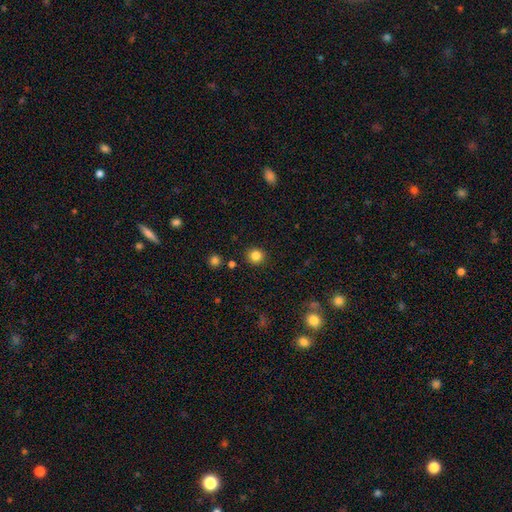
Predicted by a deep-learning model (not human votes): Smooth or featured: smooth — 83% (star or artifact — 12%)
How rounded: round — 92% (in between — 7%)
Merging: none — 90% (minor disturbance — 6%)